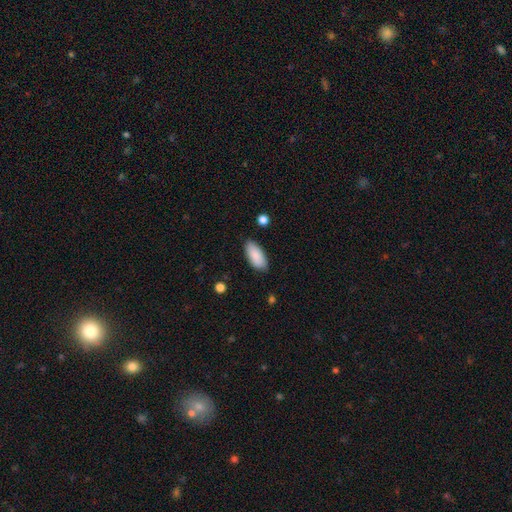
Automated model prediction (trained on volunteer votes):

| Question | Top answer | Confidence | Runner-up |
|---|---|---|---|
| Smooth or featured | smooth | 88% | featured or disk (6%) |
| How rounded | in between | 89% | cigar-shaped (9%) |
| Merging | none | 85% | minor disturbance (11%) |